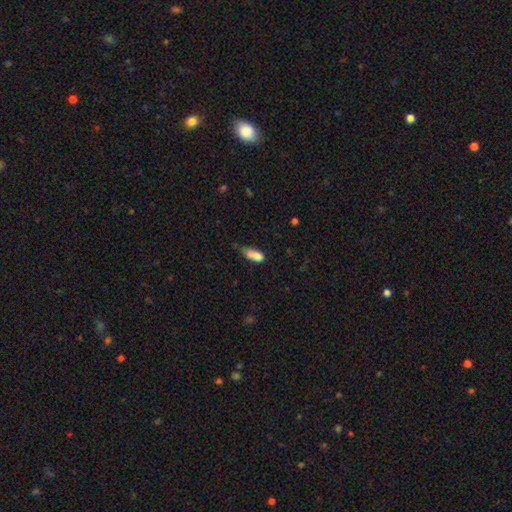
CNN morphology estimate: smooth_or_featured: smooth (p=0.77) [alt: featured or disk p=0.13]
how_rounded: in between (p=0.77) [alt: cigar-shaped p=0.18]
merging: minor disturbance (p=0.40) [alt: none p=0.25]